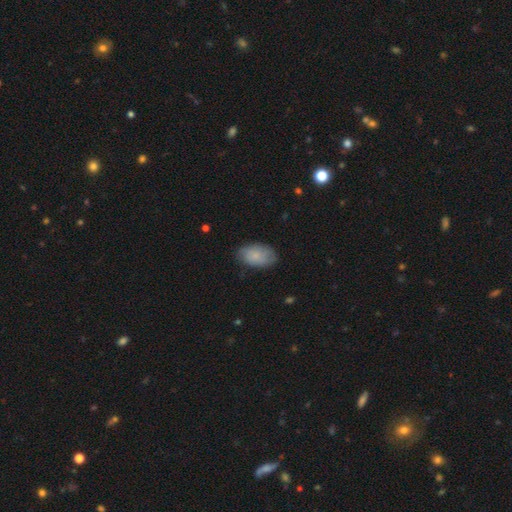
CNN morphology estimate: This is likely a smooth galaxy (74%). How rounded: clearly in between (93%). Merging: likely none (75%).